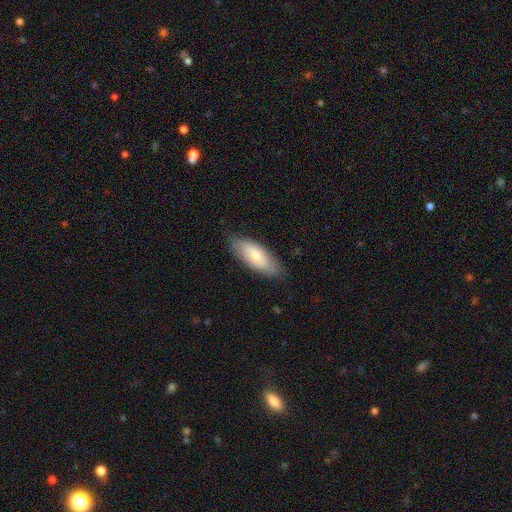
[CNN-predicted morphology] Smooth or featured? smooth (70%)
How rounded? in between (77%)
Merging? none (82%)